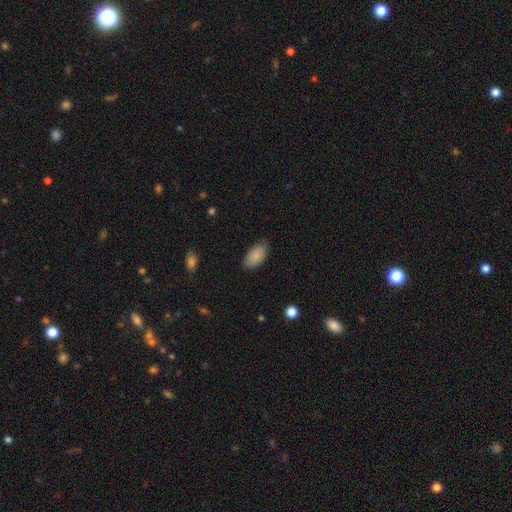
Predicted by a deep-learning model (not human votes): smooth-or-featured: smooth: 88% | star or artifact: 6% | featured or disk: 5%
  how-rounded: in between: 94% | cigar-shaped: 3% | round: 3%
  merging: none: 83% | minor disturbance: 13% | major disturbance: 3% | merger: 1%